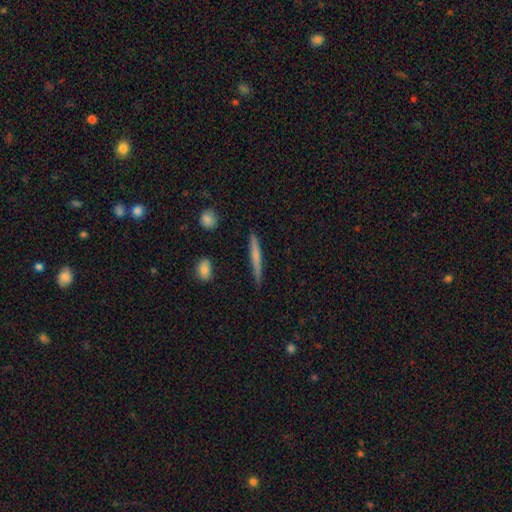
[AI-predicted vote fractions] Smooth or featured? Predicted: smooth (p=0.56). How rounded? Predicted: cigar-shaped (p=0.94). Merging? Predicted: none (p=0.86).